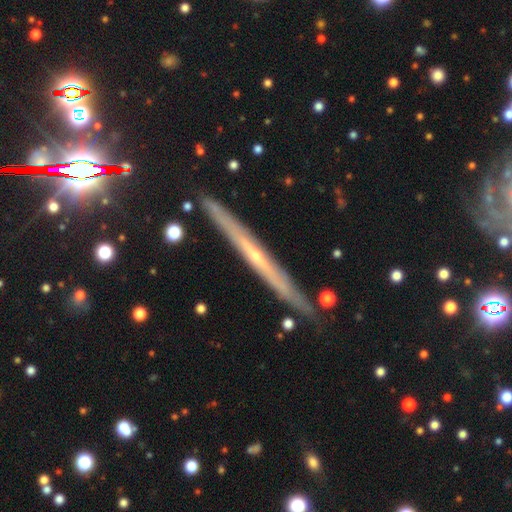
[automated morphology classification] Smooth or featured? Predicted: featured or disk (p=0.71). Edge-on disk? Predicted: yes (p=0.96). Edge-on bulge? Predicted: none (p=0.50). Merging? Predicted: none (p=0.87).